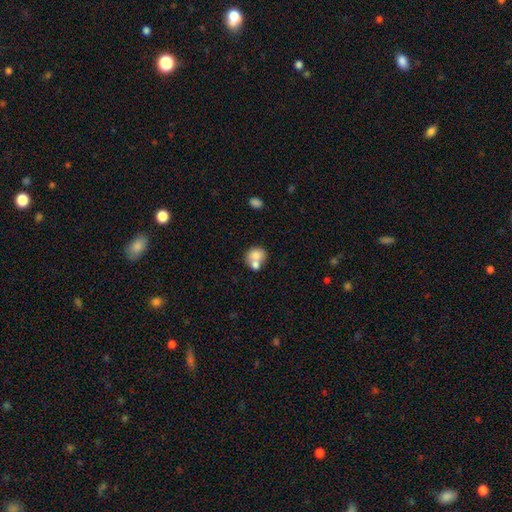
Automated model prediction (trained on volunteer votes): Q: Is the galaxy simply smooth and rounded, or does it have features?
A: smooth — 73%.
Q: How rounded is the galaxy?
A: round — 65%.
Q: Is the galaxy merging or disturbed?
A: merger — 51%.